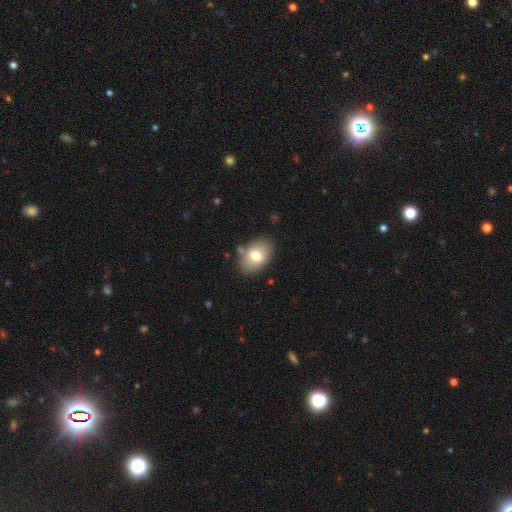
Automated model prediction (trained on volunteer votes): Smooth or featured? smooth (75%)
How rounded? in between (86%)
Merging? none (81%)